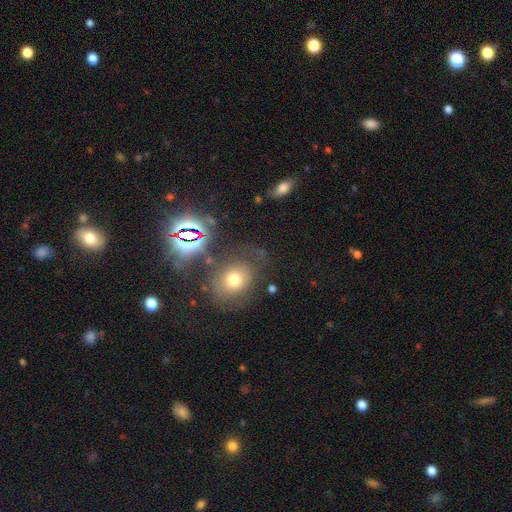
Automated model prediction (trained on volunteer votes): This is marginally a star or artifact rather than a galaxy (40%).